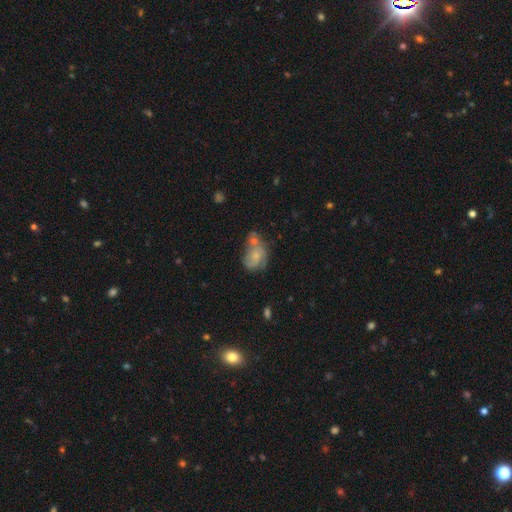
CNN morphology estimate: Smooth or featured: smooth — 51% (featured or disk — 40%)
How rounded: in between — 66% (round — 32%)
Merging: merger — 41% (none — 27%)